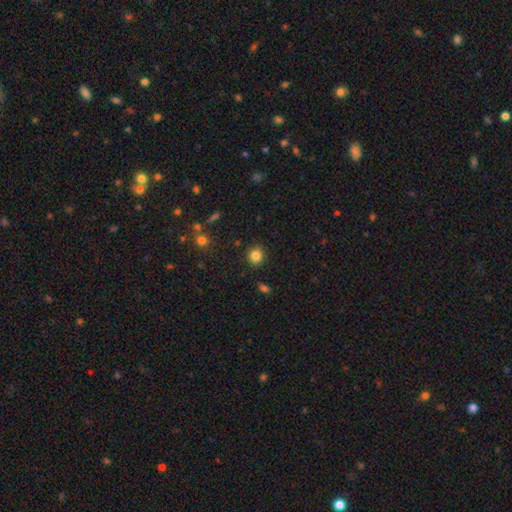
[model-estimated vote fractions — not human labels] Q: Smooth or featured?
A: smooth (84%); runner-up: star or artifact (11%)
Q: How rounded?
A: round (78%); runner-up: in between (21%)
Q: Merging?
A: none (89%); runner-up: minor disturbance (7%)